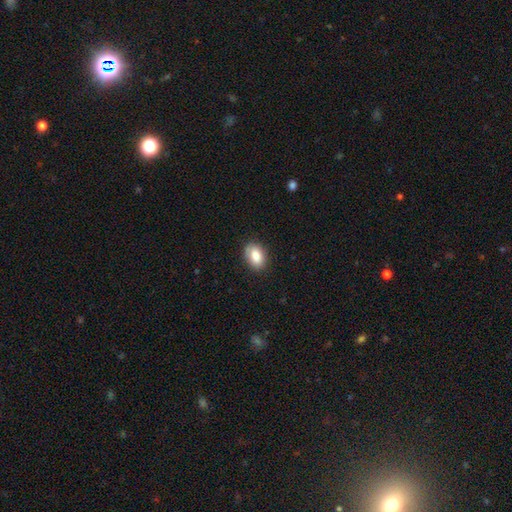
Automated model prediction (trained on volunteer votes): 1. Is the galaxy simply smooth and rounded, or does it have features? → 85% smooth, 8% featured or disk, 7% star or artifact.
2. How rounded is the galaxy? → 84% in between, 14% round, 1% cigar-shaped.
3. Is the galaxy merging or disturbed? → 82% none, 14% minor disturbance, 3% major disturbance, 1% merger.